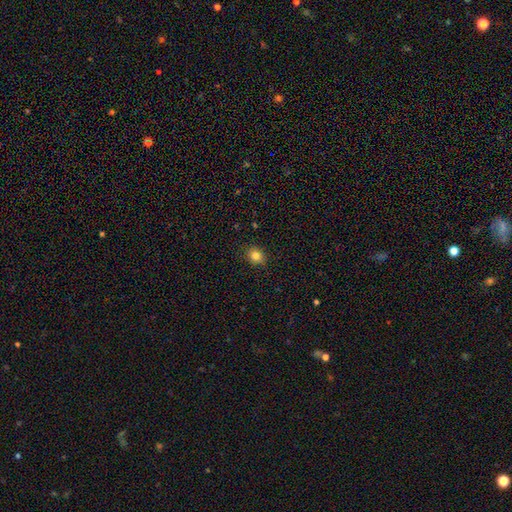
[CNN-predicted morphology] A smooth galaxy with no disk features (82%) that is round (64%). Merging: none (89%).